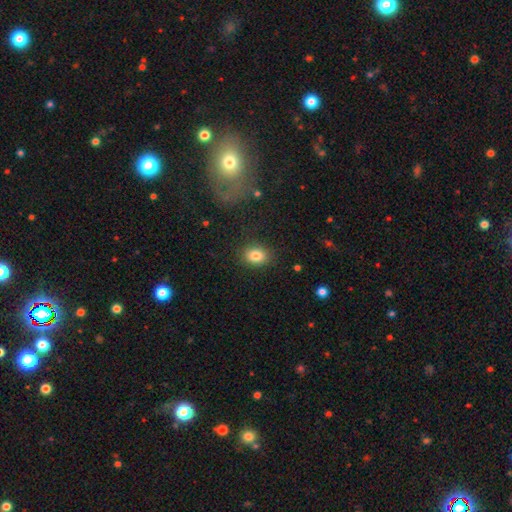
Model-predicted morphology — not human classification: smooth 84%, star or artifact 9%, featured or disk 7%. Down the decision tree: how rounded — in between (62%); merging — none (86%).